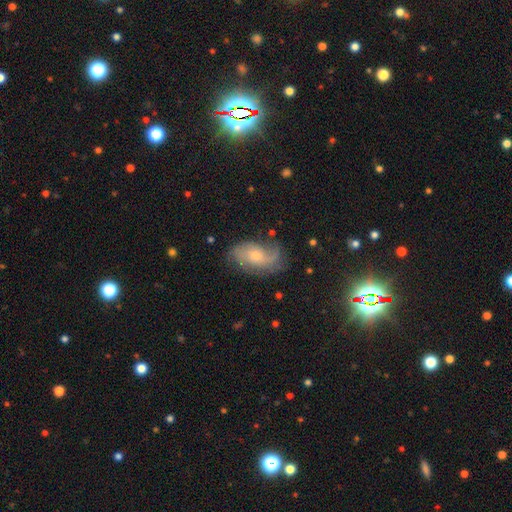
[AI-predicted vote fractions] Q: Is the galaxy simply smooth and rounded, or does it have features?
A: featured or disk — 70%.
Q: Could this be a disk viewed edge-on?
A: no — 96%.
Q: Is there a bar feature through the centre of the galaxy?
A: no — 67%.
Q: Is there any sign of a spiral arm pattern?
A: yes — 92%.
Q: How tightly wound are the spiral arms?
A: medium — 40%.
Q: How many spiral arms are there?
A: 2 — 55%.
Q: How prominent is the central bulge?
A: moderate — 50%.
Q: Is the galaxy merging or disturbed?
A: none — 66%.